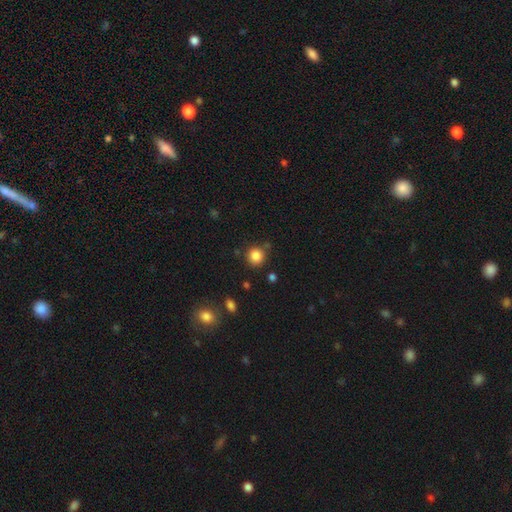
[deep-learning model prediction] smooth-or-featured: smooth: 85% | star or artifact: 11% | featured or disk: 4%
  how-rounded: round: 92% | in between: 7% | cigar-shaped: 1%
  merging: none: 82% | minor disturbance: 10% | merger: 5% | major disturbance: 3%